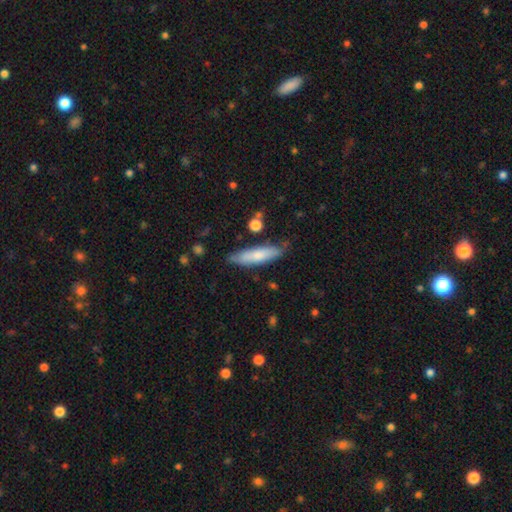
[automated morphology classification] Smooth or featured?
  - smooth: 69% *
  - featured or disk: 25%
  - star or artifact: 6%
How rounded?
  - cigar-shaped: 75% *
  - in between: 23%
  - round: 2%
Merging?
  - none: 80% *
  - minor disturbance: 15%
  - major disturbance: 3%
  - merger: 2%